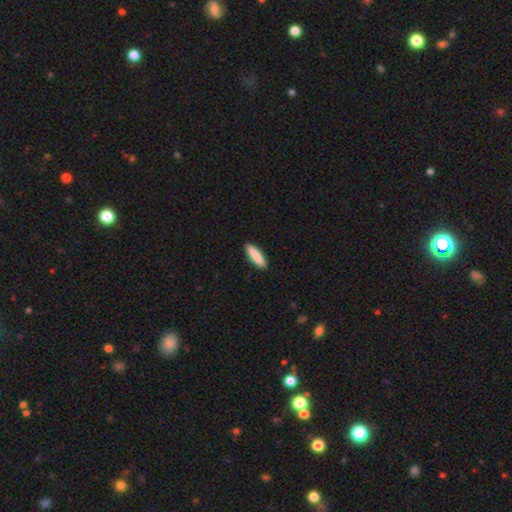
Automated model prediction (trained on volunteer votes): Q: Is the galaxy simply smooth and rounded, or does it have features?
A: smooth — 88%.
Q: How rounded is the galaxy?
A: cigar-shaped — 73%.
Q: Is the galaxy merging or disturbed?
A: none — 91%.